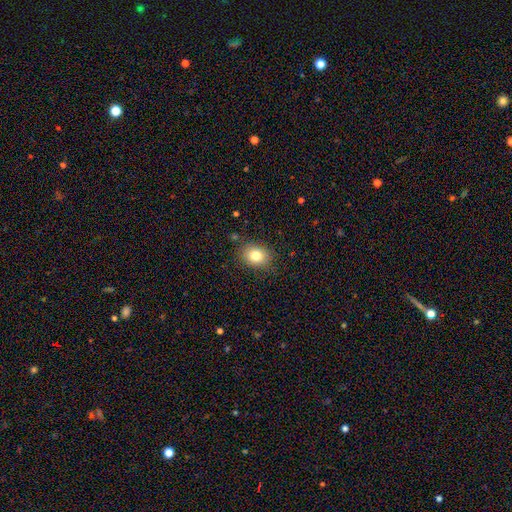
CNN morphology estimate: Smooth or featured? Predicted: smooth (p=0.80). How rounded? Predicted: round (p=0.52). Merging? Predicted: none (p=0.85).